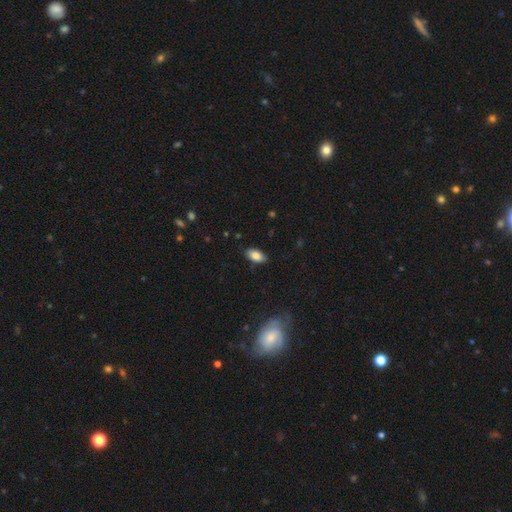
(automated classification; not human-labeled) A smooth galaxy with no disk features (83%) that is in between round and cigar-shaped (92%).

Vote fractions:
- Smooth or featured? smooth: 83% / featured or disk: 9% / star or artifact: 7%
- How rounded? in between: 92% / cigar-shaped: 4% / round: 3%
- Merging? none: 85% / minor disturbance: 11% / major disturbance: 2% / merger: 1%